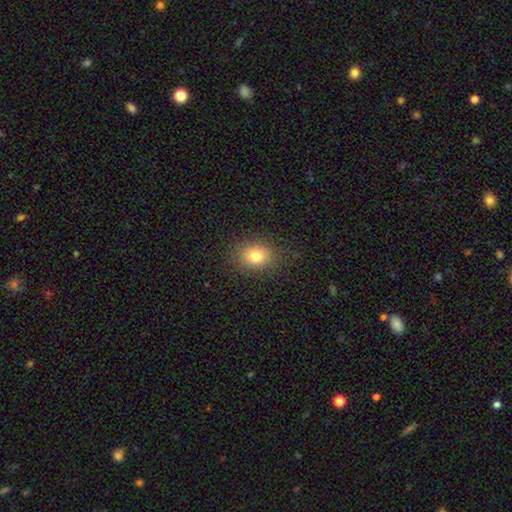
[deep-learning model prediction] Smooth or featured? smooth (79%)
How rounded? round (52%)
Merging? none (84%)